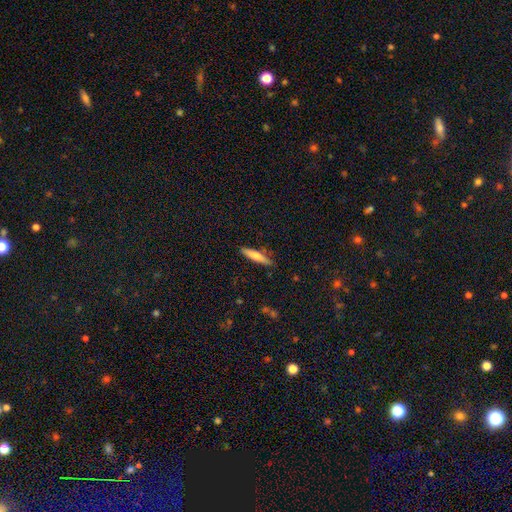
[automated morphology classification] Smooth or featured? Predicted: smooth (p=0.68). How rounded? Predicted: cigar-shaped (p=0.85). Merging? Predicted: none (p=0.85).